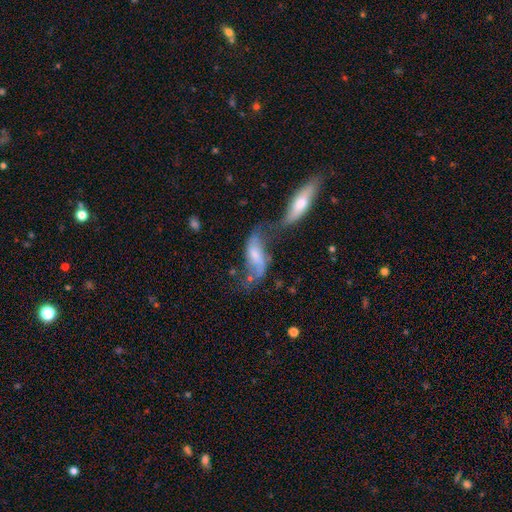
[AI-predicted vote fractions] Overall: featured or disk (59%; smooth 33%). Edge-on disk: no (86%). Bar: weak (41%; no 40%). Spiral arms: yes (76%). Bulge size: moderate (35%, tied with small). Merging: merger (50%; none 20%).